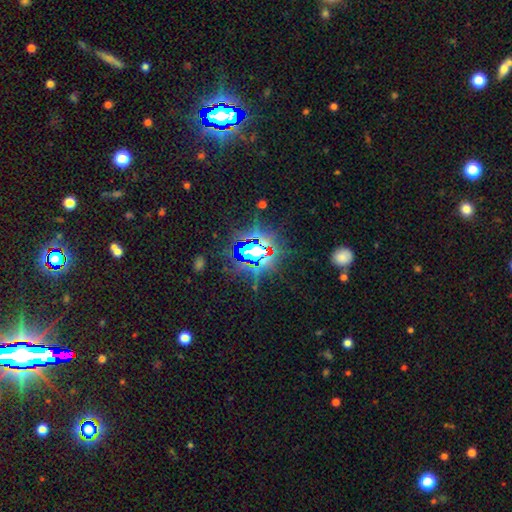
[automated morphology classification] A star or artifact, not a galaxy (82%).

Vote fractions:
- Smooth or featured? star or artifact: 82% / smooth: 10% / featured or disk: 7%